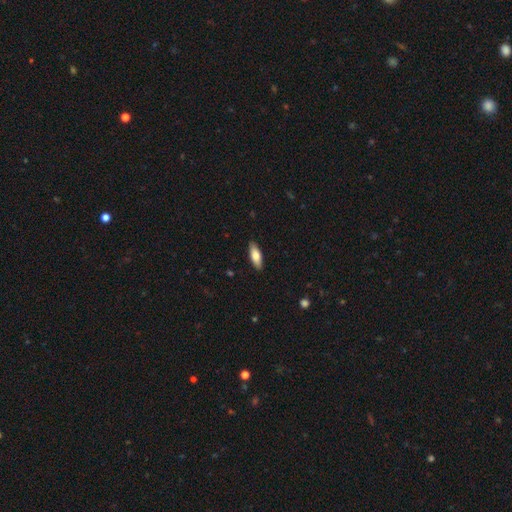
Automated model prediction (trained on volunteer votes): Smooth or featured? Predicted: smooth (p=0.76). How rounded? Predicted: in between (p=0.66). Merging? Predicted: none (p=0.89).